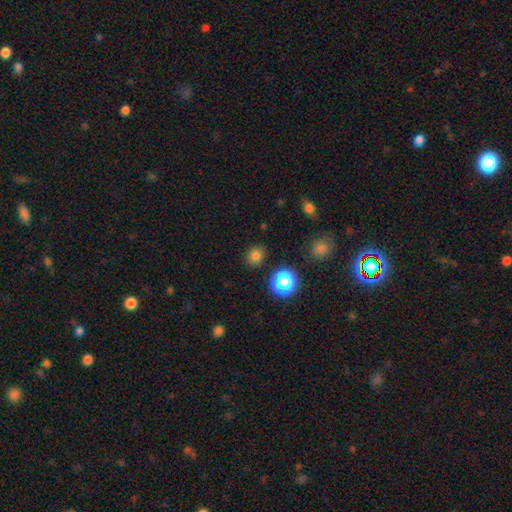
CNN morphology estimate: Smooth or featured? Predicted: smooth (p=0.78). How rounded? Predicted: round (p=0.79). Merging? Predicted: none (p=0.88).